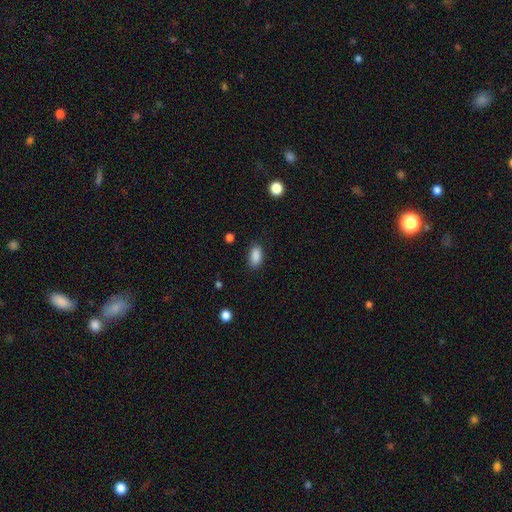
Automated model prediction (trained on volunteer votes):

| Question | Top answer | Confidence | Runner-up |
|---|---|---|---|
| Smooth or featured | smooth | 89% | star or artifact (8%) |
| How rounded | in between | 91% | round (6%) |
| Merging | none | 85% | minor disturbance (11%) |